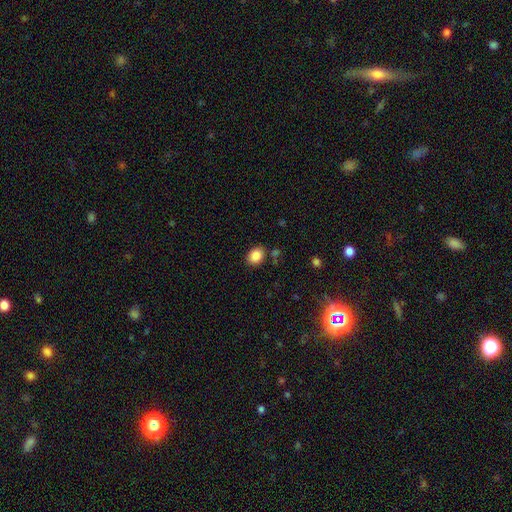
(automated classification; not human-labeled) Smooth or featured? smooth (87%)
How rounded? in between (60%)
Merging? none (83%)